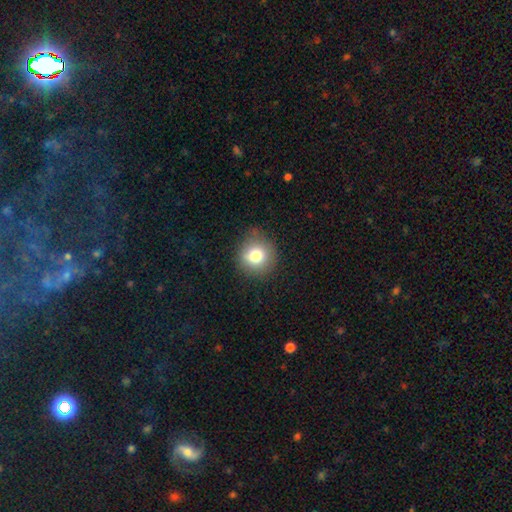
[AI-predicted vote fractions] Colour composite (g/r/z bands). It shows a smooth galaxy with no disk features (79%) that is round (91%). Merging: none (84%).